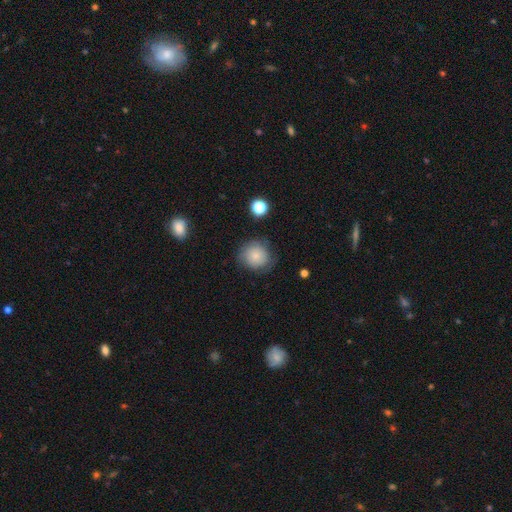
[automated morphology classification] Smooth or featured? Predicted: smooth (p=0.78). How rounded? Predicted: round (p=0.87). Merging? Predicted: none (p=0.74).